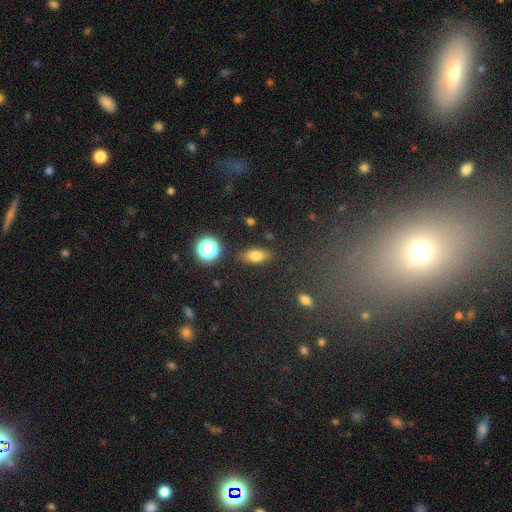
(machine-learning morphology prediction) Smooth or featured? smooth (74%)
How rounded? in between (76%)
Merging? none (85%)